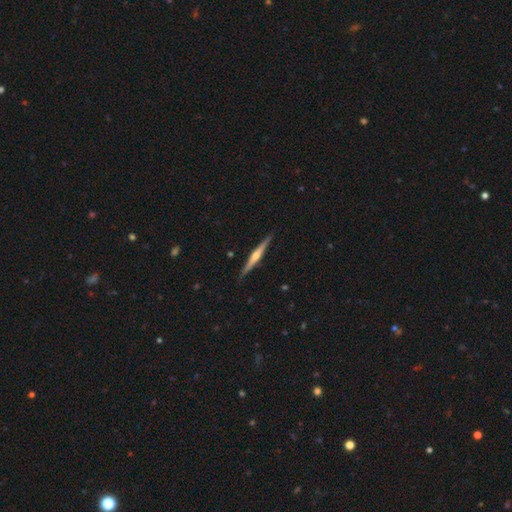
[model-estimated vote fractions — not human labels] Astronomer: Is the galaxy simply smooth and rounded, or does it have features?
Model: featured or disk — 73%.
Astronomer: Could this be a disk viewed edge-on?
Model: yes — 98%.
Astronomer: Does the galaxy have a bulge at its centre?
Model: rounded — 79%.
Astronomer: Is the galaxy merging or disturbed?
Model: none — 90%.